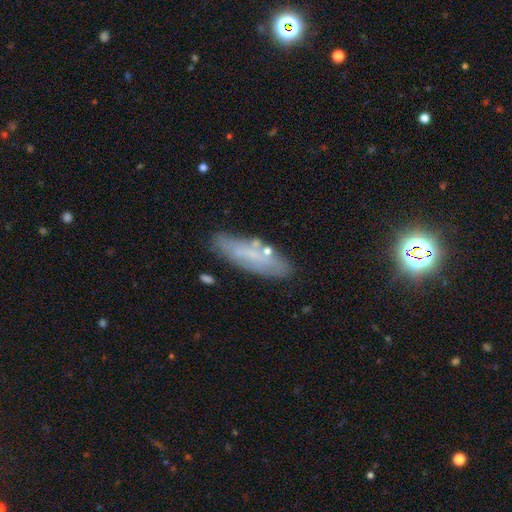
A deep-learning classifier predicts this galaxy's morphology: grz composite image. It shows a featured or disk galaxy (42%, tied with smooth). Merging: none (76%).